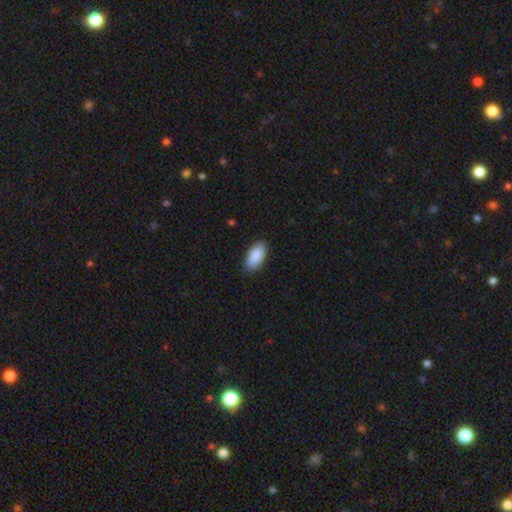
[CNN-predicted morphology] A smooth galaxy with no disk features (89%) that is in between round and cigar-shaped (92%).

Vote fractions:
- Smooth or featured? smooth: 89% / star or artifact: 6% / featured or disk: 5%
- How rounded? in between: 92% / cigar-shaped: 6% / round: 2%
- Merging? none: 86% / minor disturbance: 11% / major disturbance: 2% / merger: 1%